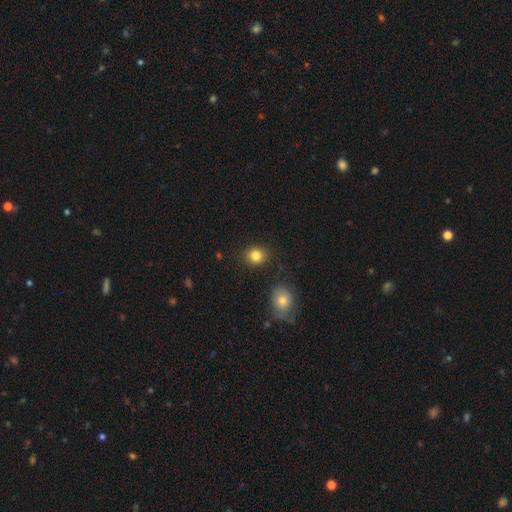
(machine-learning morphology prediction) The model was most divided on "how rounded": round: 70%, in between: 29%, cigar-shaped: 1%. More confident: merging — none (86%); smooth or featured — smooth (83%).